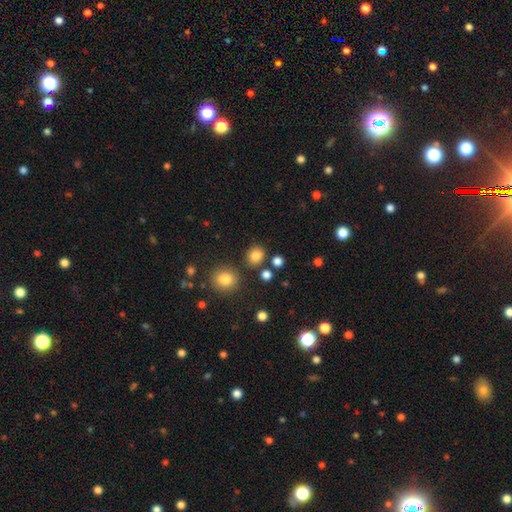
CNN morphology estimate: smooth-or-featured: smooth: 82% | star or artifact: 13% | featured or disk: 6%
  how-rounded: round: 75% | in between: 24% | cigar-shaped: 1%
  merging: none: 82% | minor disturbance: 8% | merger: 6% | major disturbance: 3%